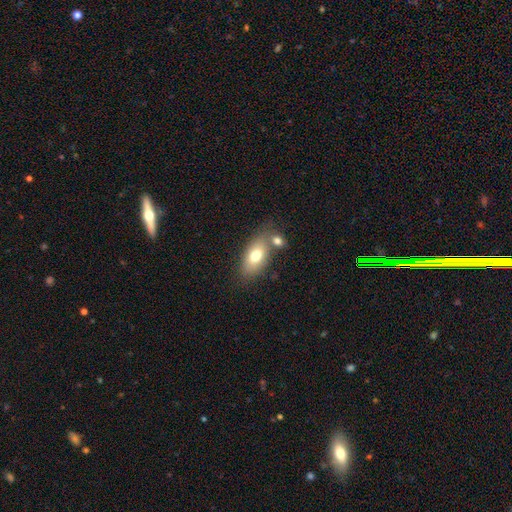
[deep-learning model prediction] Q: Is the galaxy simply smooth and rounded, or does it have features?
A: smooth — 73%.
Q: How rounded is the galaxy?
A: in between — 89%.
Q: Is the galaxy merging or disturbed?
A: none — 59%.